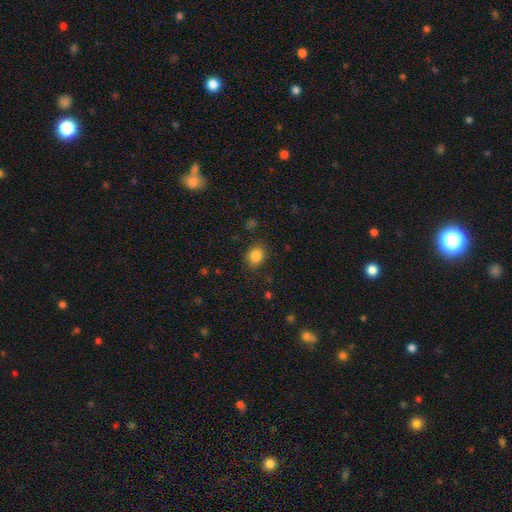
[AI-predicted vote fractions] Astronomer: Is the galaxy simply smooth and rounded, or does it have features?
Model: smooth — 85%.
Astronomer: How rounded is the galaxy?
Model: round — 50% (runner-up: in between, 49%).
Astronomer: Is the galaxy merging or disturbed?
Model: none — 84%.